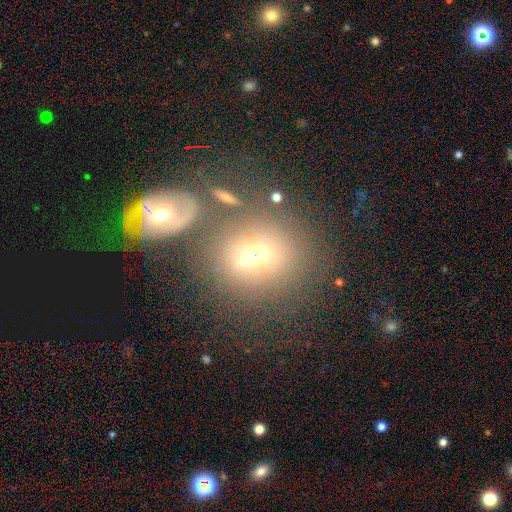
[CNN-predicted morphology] Overall: smooth (61%). How rounded: round (73%). Merging: none (50%; merger 29%).